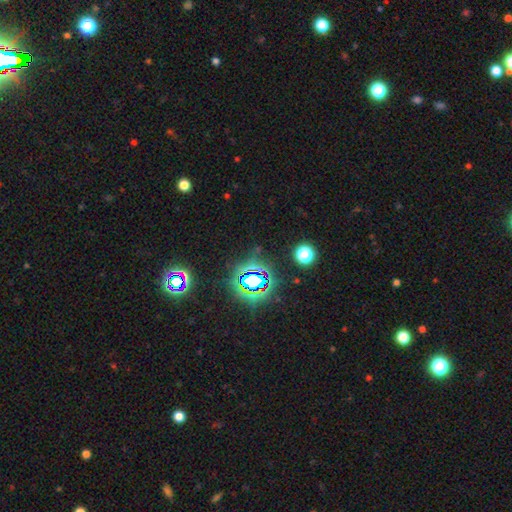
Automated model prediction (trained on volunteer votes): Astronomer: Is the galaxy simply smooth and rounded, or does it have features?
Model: star or artifact — 78%.